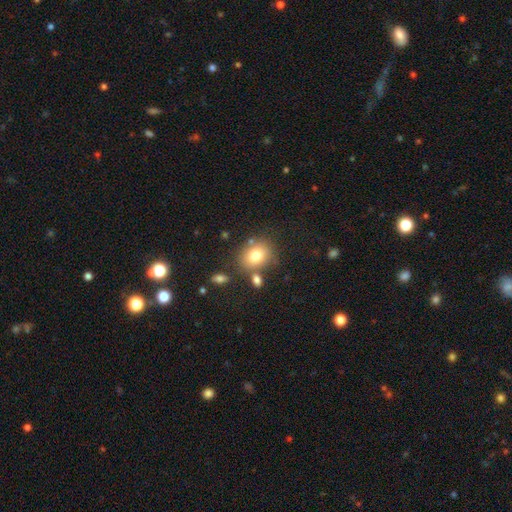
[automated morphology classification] smooth-or-featured: smooth: 78% | featured or disk: 12% | star or artifact: 10%
  how-rounded: in between: 52% | round: 47% | cigar-shaped: 1%
  merging: none: 70% | merger: 13% | minor disturbance: 12% | major disturbance: 4%